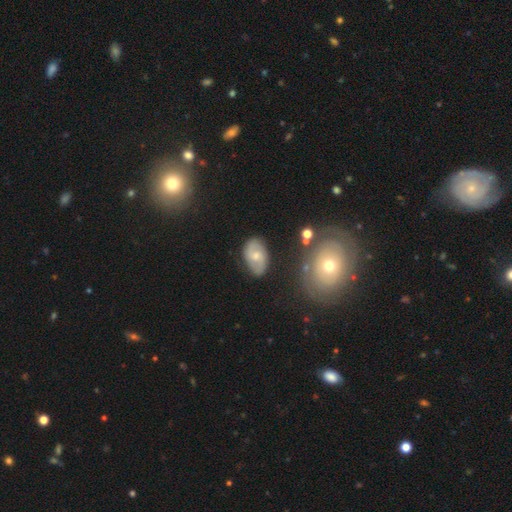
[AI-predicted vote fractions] featured or disk 55%, smooth 37%, star or artifact 7%. Down the decision tree: edge-on disk — no (95%); bar — no (52%); spiral arms — yes (79%); bulge size — small (47%, tied with moderate); merging — none (75%).